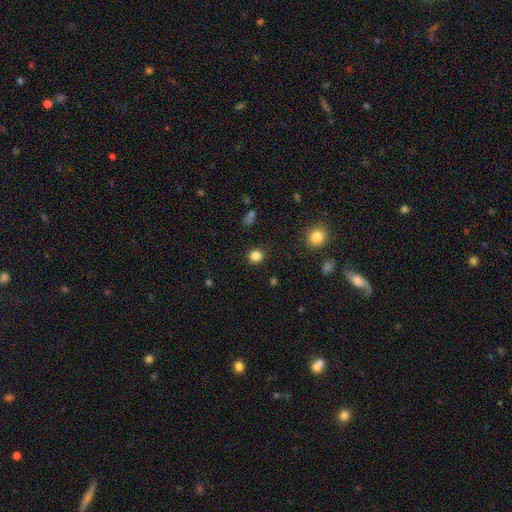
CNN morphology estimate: type=smooth (84%); roundness=round (83%); merging=none (89%).